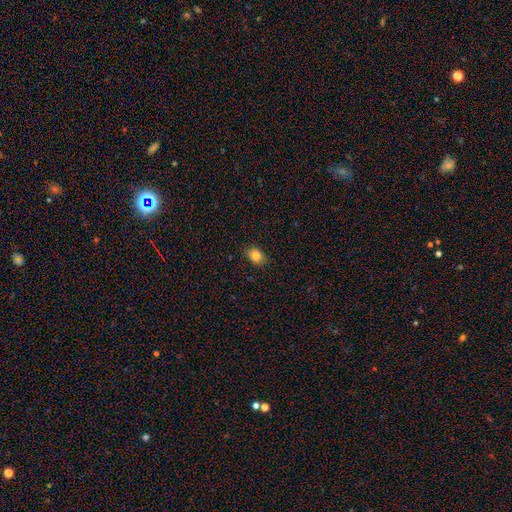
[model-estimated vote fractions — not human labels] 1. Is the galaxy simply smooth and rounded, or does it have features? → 82% smooth, 10% star or artifact, 7% featured or disk.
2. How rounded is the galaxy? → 68% in between, 31% round, 1% cigar-shaped.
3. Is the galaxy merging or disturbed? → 87% none, 10% minor disturbance, 2% major disturbance, 1% merger.